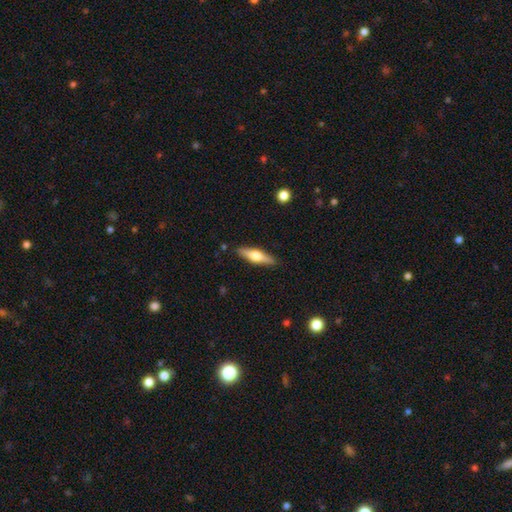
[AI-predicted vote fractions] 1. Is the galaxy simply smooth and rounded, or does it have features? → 56% featured or disk, 38% smooth, 6% star or artifact.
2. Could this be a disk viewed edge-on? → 95% yes, 5% no.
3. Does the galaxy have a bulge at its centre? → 93% rounded, 5% boxy, 2% none.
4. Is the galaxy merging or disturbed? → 88% none, 8% minor disturbance, 2% major disturbance, 1% merger.